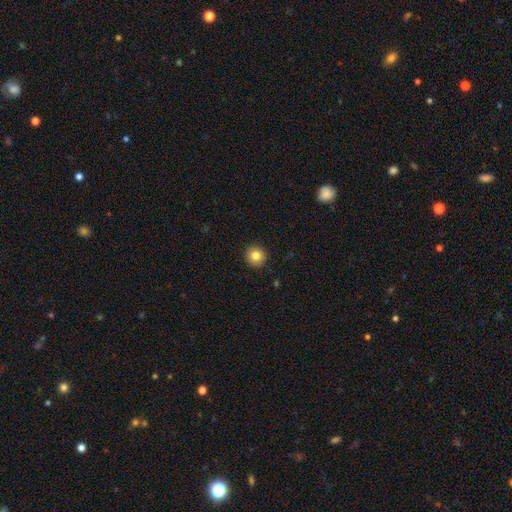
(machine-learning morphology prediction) This is clearly a smooth galaxy (83%). How rounded: clearly round (95%). Merging: clearly none (93%).